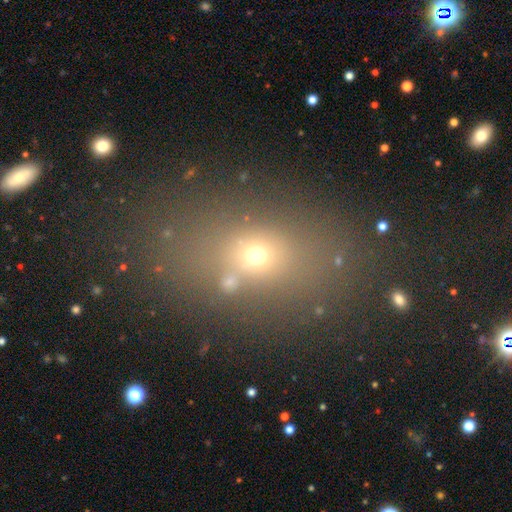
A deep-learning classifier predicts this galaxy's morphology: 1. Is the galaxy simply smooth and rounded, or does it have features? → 61% smooth, 24% star or artifact, 15% featured or disk.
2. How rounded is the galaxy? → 69% in between, 26% round, 5% cigar-shaped.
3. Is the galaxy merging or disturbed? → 66% none, 15% minor disturbance, 10% merger, 9% major disturbance.